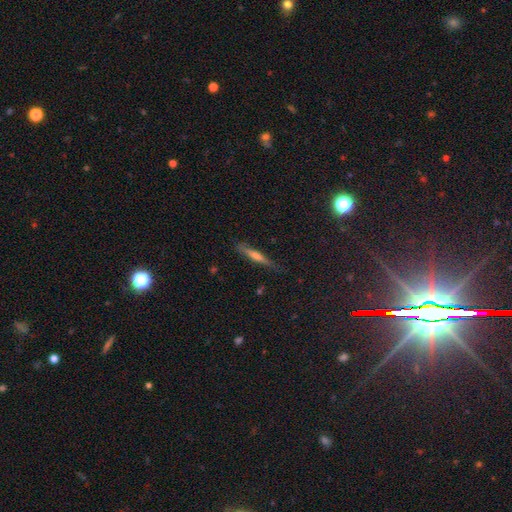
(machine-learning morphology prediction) Overall: featured or disk (53%; smooth 35%). Edge-on disk: yes (95%). Edge-on bulge: rounded (67%). Merging: none (85%).